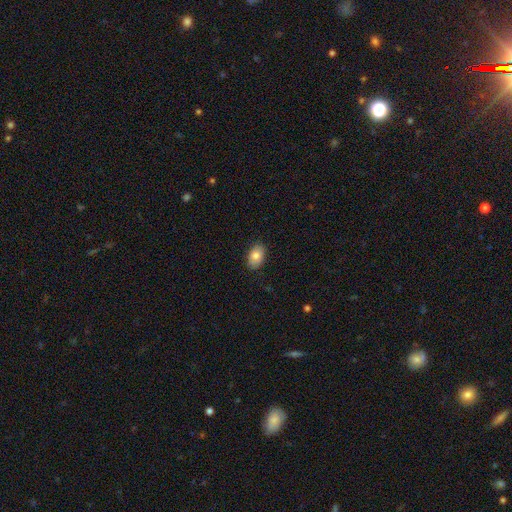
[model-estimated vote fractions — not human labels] This is clearly a smooth galaxy (82%). How rounded: clearly in between (90%). Merging: clearly none (85%).